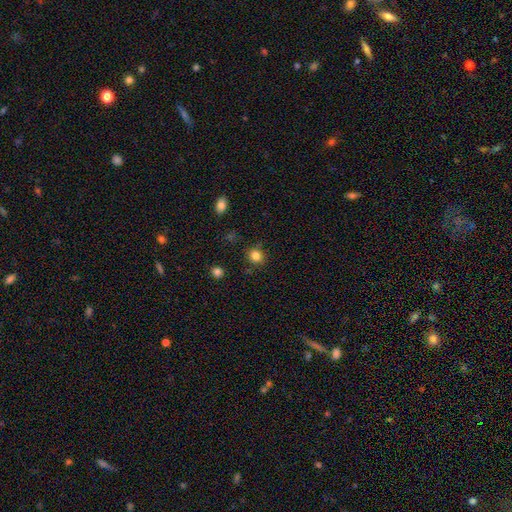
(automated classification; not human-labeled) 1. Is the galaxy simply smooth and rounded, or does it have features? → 83% smooth, 12% star or artifact, 5% featured or disk.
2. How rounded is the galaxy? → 81% round, 18% in between, 1% cigar-shaped.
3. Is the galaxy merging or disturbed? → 84% none, 10% minor disturbance, 3% major disturbance, 3% merger.